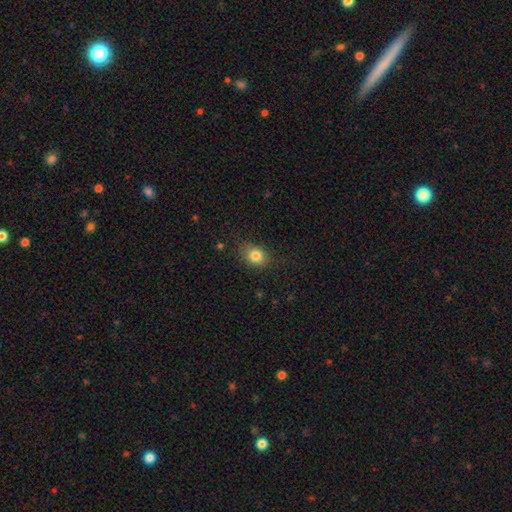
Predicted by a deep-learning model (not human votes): Smooth or featured? smooth (82%)
How rounded? in between (52%)
Merging? none (75%)